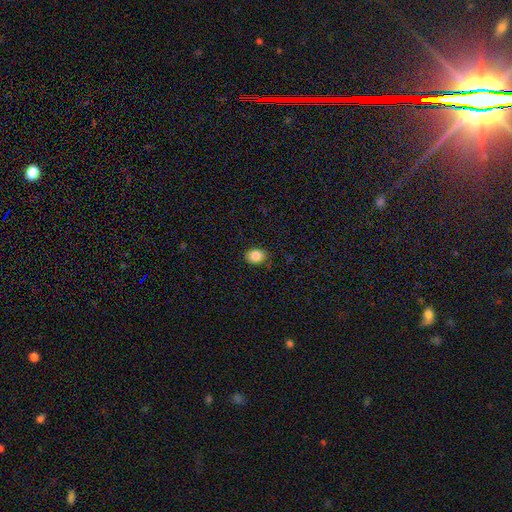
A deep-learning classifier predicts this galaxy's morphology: Smooth or featured: smooth — 85% (star or artifact — 9%)
How rounded: in between — 56% (round — 44%)
Merging: none — 82% (minor disturbance — 14%)